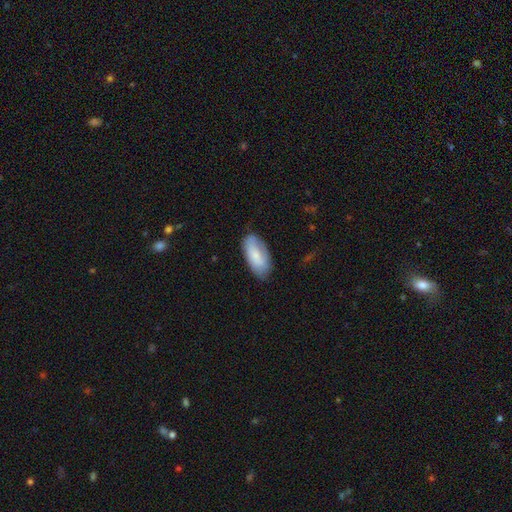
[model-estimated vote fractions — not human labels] Q: Smooth or featured?
A: smooth (70%); runner-up: featured or disk (24%)
Q: How rounded?
A: in between (92%); runner-up: cigar-shaped (6%)
Q: Merging?
A: none (73%); runner-up: minor disturbance (21%)